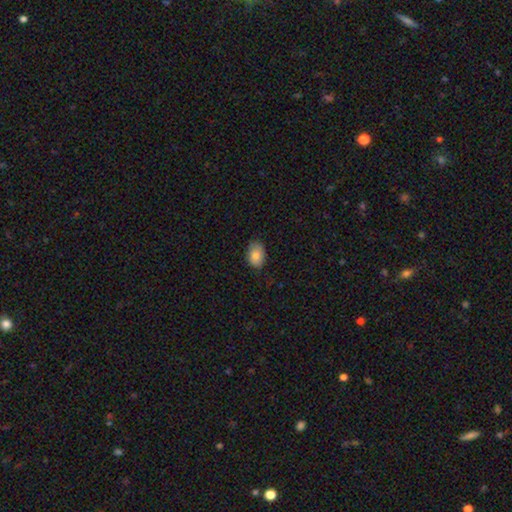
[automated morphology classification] Overall: smooth (82%). How rounded: in between (83%). Merging: none (79%).